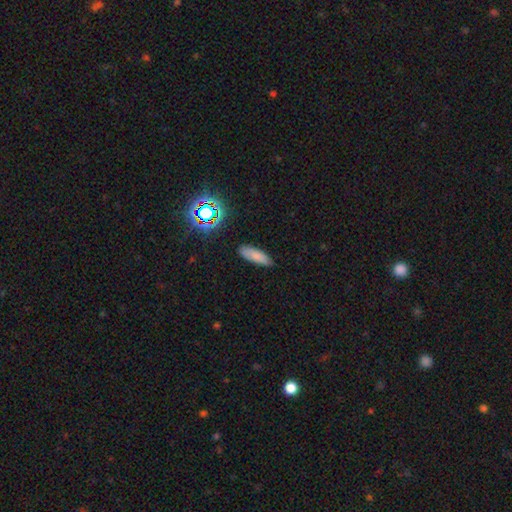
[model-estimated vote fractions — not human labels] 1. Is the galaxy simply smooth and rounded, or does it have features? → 79% smooth, 12% star or artifact, 9% featured or disk.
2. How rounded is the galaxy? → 54% in between, 44% cigar-shaped, 2% round.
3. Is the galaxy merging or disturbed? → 83% none, 12% minor disturbance, 3% major disturbance, 1% merger.